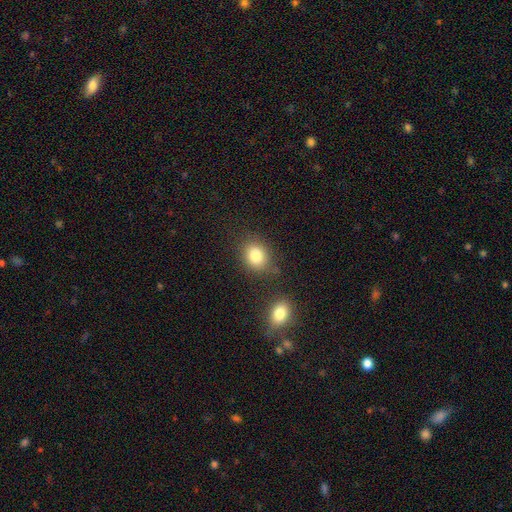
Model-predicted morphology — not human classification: This is clearly a smooth galaxy (82%). How rounded: possibly round (50%). Merging: likely none (72%).